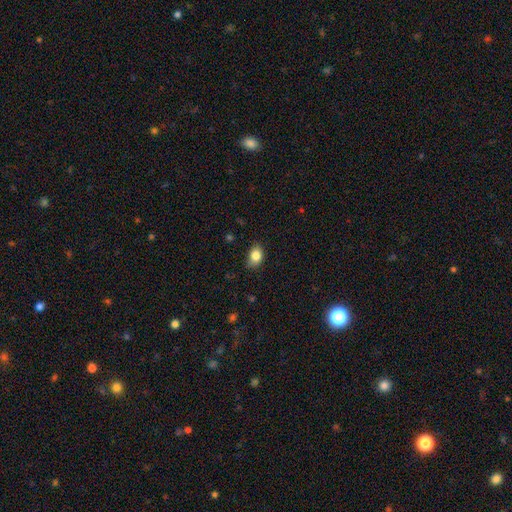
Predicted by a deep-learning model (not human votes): Morphology: type=smooth (84%); roundness=in between (75%); merging=none (75%).